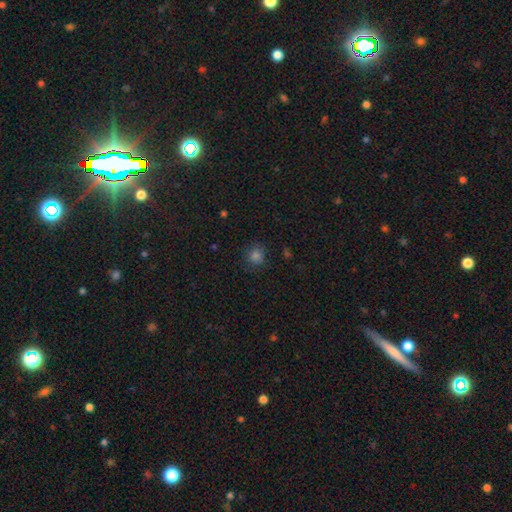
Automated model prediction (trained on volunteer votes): smooth_or_featured: smooth (p=0.80) [alt: star or artifact p=0.16]
how_rounded: round (p=0.90) [alt: in between p=0.09]
merging: none (p=0.84) [alt: minor disturbance p=0.11]